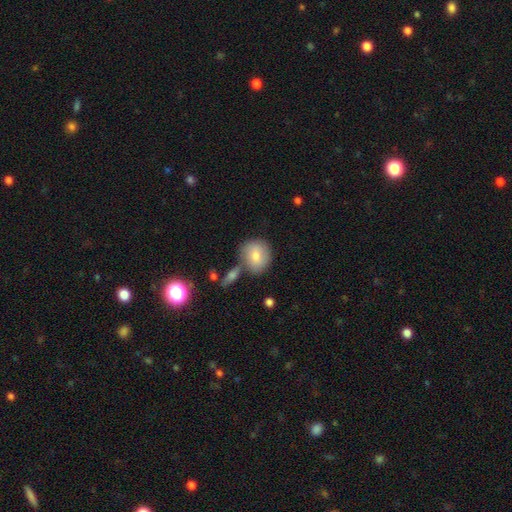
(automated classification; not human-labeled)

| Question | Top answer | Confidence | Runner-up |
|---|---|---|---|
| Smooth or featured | smooth | 75% | featured or disk (17%) |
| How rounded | round | 79% | in between (20%) |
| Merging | none | 62% | merger (20%) |